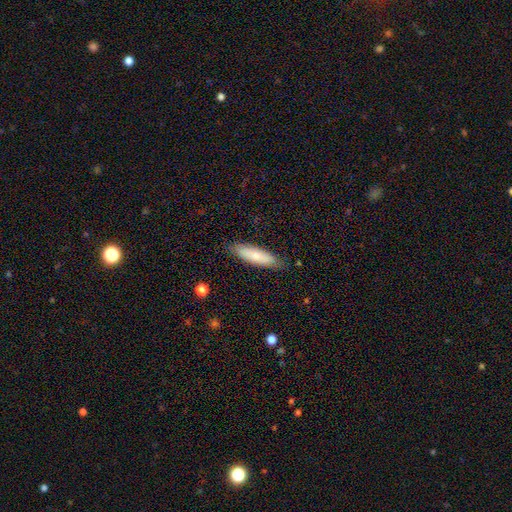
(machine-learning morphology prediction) type=smooth (75%); roundness=cigar-shaped (63%); merging=none (84%).